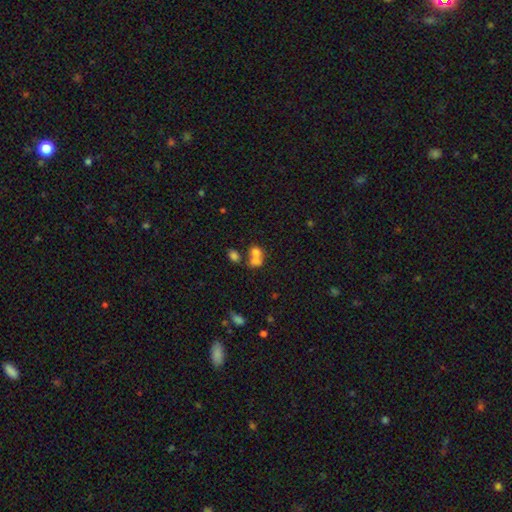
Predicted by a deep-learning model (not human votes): smooth 68%, featured or disk 18%, star or artifact 13%. Down the decision tree: how rounded — round (53%); merging — merger (61%).